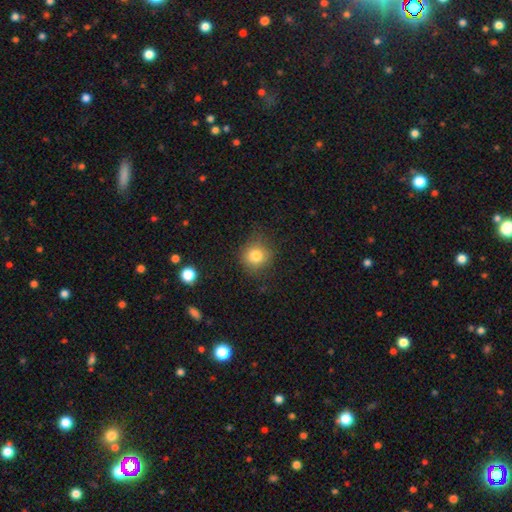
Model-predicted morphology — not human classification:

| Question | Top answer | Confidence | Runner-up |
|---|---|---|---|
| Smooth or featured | smooth | 81% | star or artifact (12%) |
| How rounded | round | 88% | in between (11%) |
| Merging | none | 80% | minor disturbance (14%) |